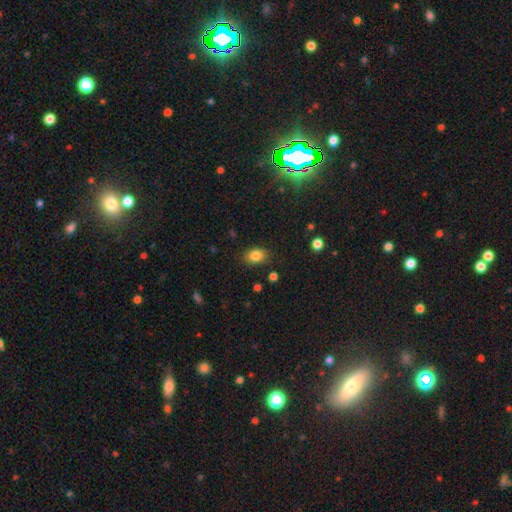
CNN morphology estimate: smooth_or_featured: smooth (p=0.83) [alt: star or artifact p=0.10]
how_rounded: in between (p=0.73) [alt: round p=0.26]
merging: none (p=0.84) [alt: minor disturbance p=0.12]